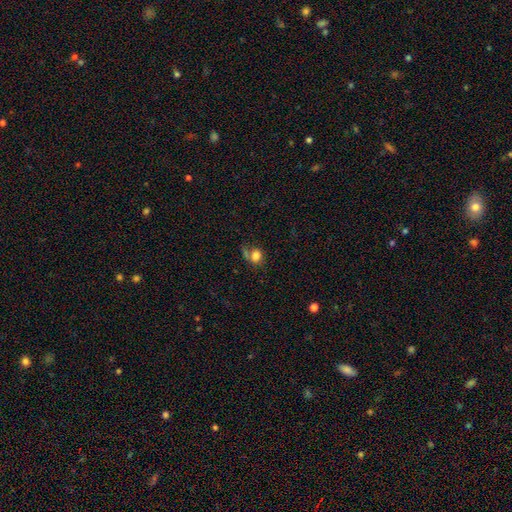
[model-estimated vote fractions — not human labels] The model was most divided on "how rounded": round: 53%, in between: 46%, cigar-shaped: 1%. Remaining: smooth or featured — smooth (78%); merging — none (46%).